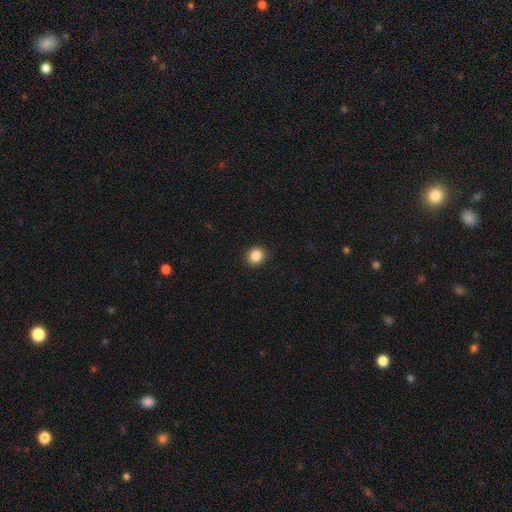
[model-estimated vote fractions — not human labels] Smooth or featured? smooth (86%)
How rounded? round (80%)
Merging? none (91%)